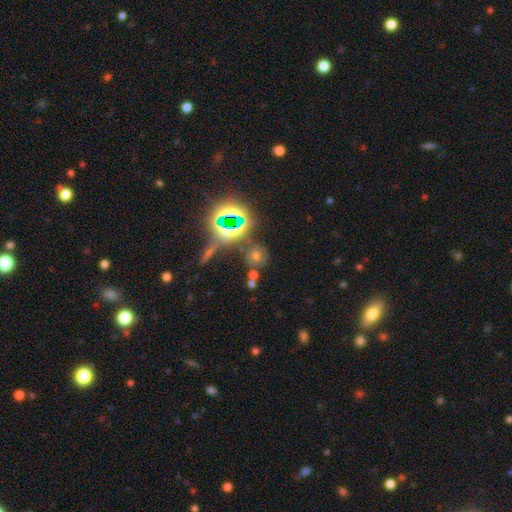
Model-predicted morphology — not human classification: Smooth or featured: star or artifact — 51% (smooth — 36%)